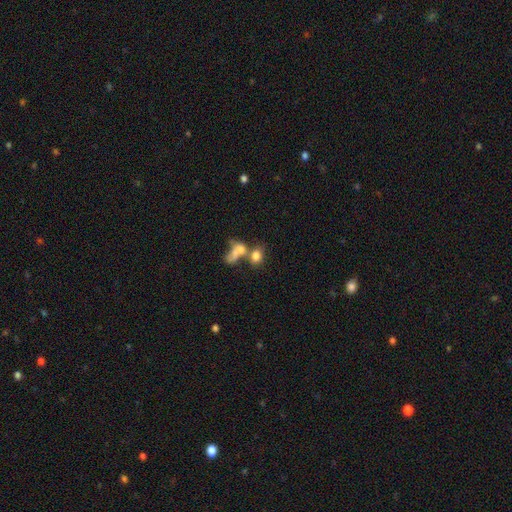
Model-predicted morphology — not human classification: Overall: smooth (73%). How rounded: in between (61%; round 37%). Merging: merger (54%; none 26%).